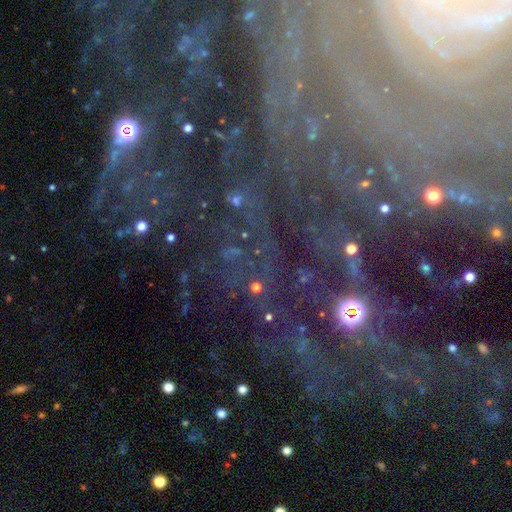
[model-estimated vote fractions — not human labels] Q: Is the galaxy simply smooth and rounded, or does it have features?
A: star or artifact — 44%.